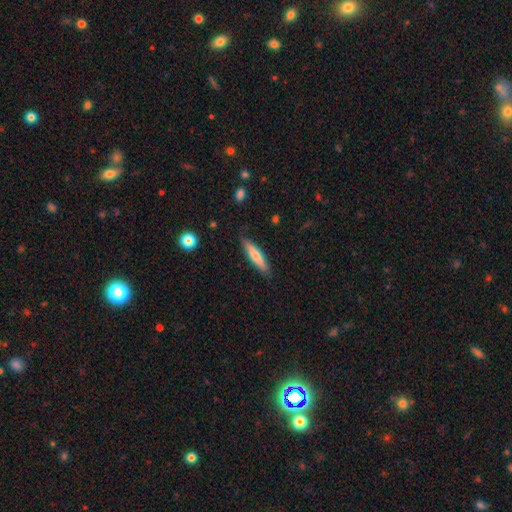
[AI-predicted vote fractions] Overall: smooth (69%). How rounded: cigar-shaped (80%). Merging: none (84%).